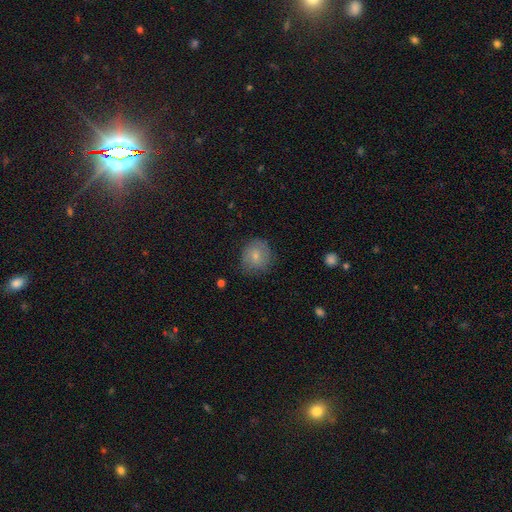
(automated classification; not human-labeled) smooth-or-featured: smooth: 73% | featured or disk: 19% | star or artifact: 7%
  how-rounded: round: 84% | in between: 15% | cigar-shaped: 1%
  merging: none: 73% | minor disturbance: 20% | major disturbance: 5% | merger: 1%